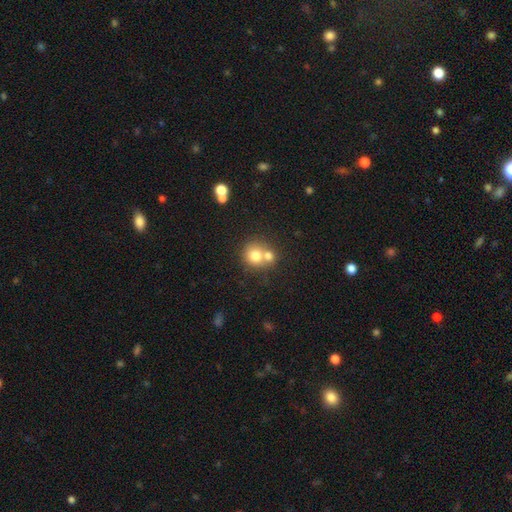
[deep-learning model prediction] This appears to be a smooth galaxy with no disk features (74%) that is round (84%). Merging: merger (52%).